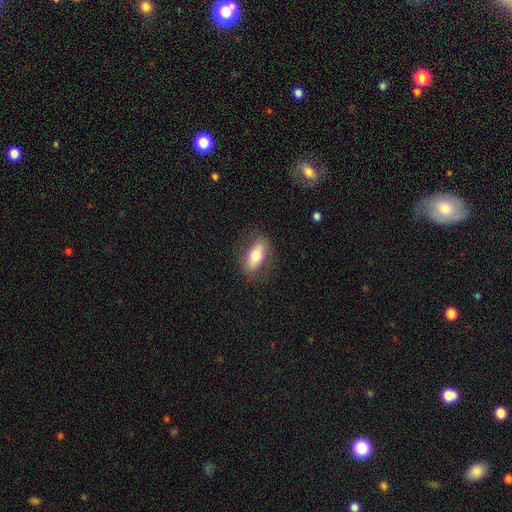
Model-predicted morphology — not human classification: The model was most divided on "smooth or featured": smooth: 63%, featured or disk: 30%, star or artifact: 7%. More confident: merging — none (81%); how rounded — in between (80%).